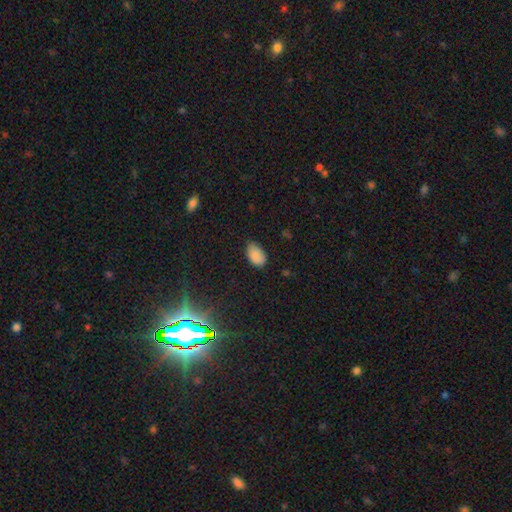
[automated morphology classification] Smooth or featured?
  - smooth: 84% *
  - star or artifact: 10%
  - featured or disk: 5%
How rounded?
  - in between: 91% *
  - round: 7%
  - cigar-shaped: 1%
Merging?
  - none: 69% *
  - minor disturbance: 25%
  - major disturbance: 4%
  - merger: 1%